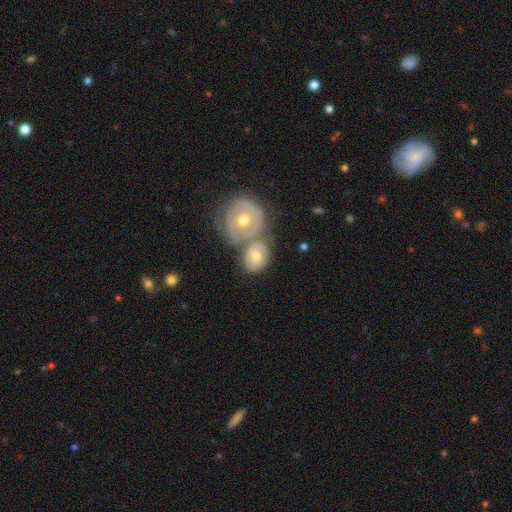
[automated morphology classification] smooth_or_featured: smooth (p=0.53) [alt: featured or disk p=0.41]
how_rounded: round (p=0.64) [alt: in between p=0.35]
merging: merger (p=0.45) [alt: none p=0.39]